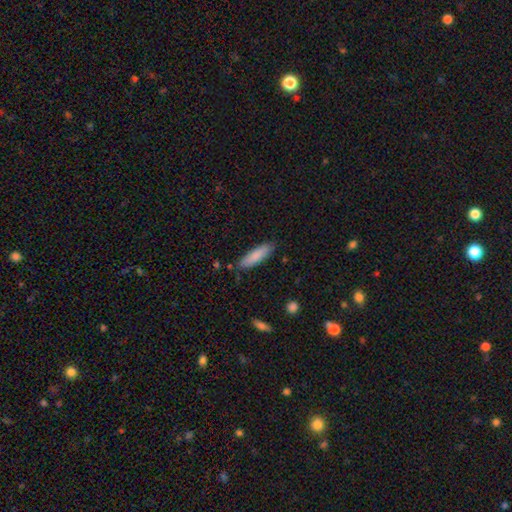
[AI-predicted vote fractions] Q: Smooth or featured?
A: smooth (84%); runner-up: featured or disk (10%)
Q: How rounded?
A: cigar-shaped (62%); runner-up: in between (36%)
Q: Merging?
A: none (84%); runner-up: minor disturbance (12%)